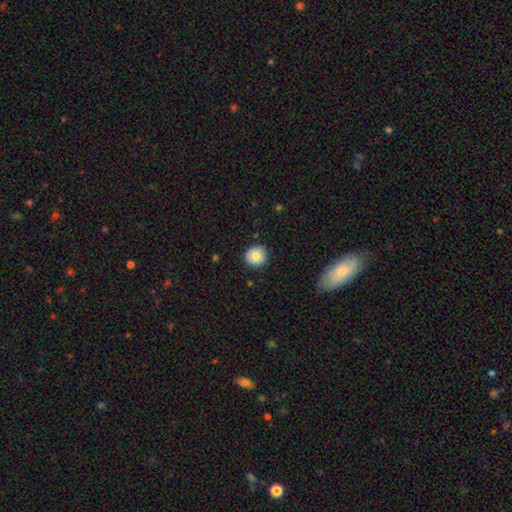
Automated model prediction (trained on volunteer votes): A smooth galaxy with no disk features (81%) that is round (91%). Merging: none (88%).